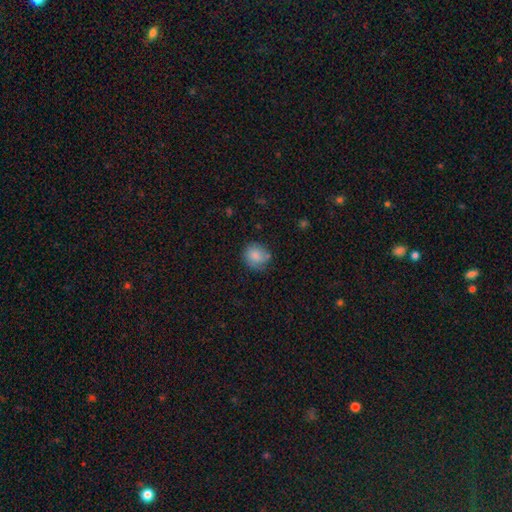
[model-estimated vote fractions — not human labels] Smooth or featured: smooth — 82% (featured or disk — 9%)
How rounded: round — 84% (in between — 15%)
Merging: none — 73% (minor disturbance — 20%)